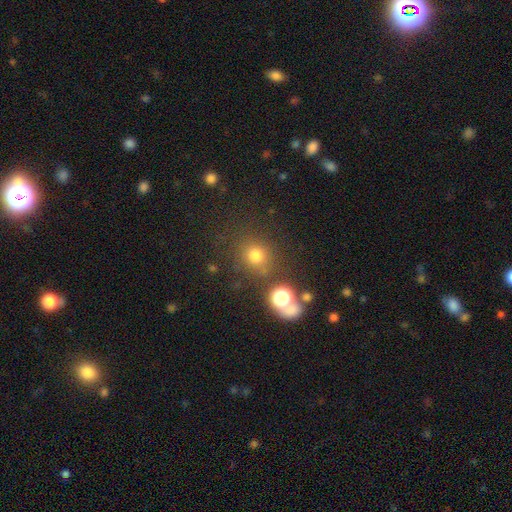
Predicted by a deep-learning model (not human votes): Smooth or featured?
  - smooth: 72% *
  - star or artifact: 21%
  - featured or disk: 7%
How rounded?
  - round: 87% *
  - in between: 12%
  - cigar-shaped: 1%
Merging?
  - none: 76% *
  - minor disturbance: 10%
  - merger: 9%
  - major disturbance: 5%